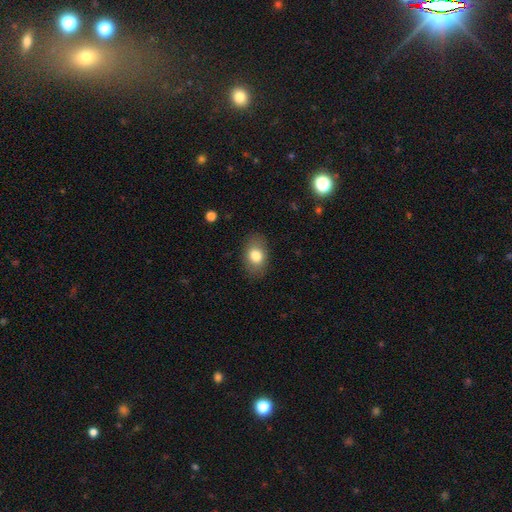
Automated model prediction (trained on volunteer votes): Smooth or featured?
  - smooth: 80% *
  - featured or disk: 12%
  - star or artifact: 8%
How rounded?
  - in between: 79% *
  - round: 20%
  - cigar-shaped: 1%
Merging?
  - none: 84% *
  - minor disturbance: 11%
  - major disturbance: 3%
  - merger: 1%